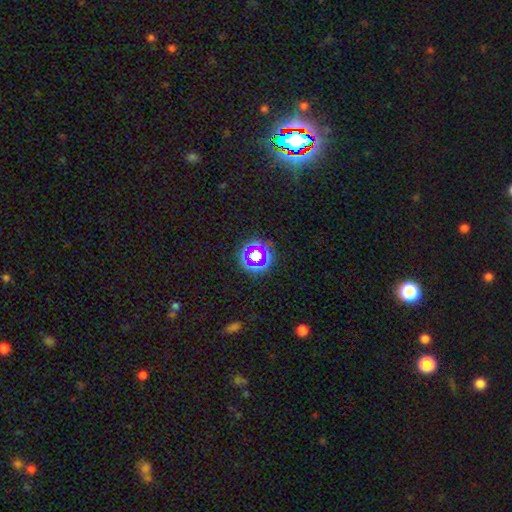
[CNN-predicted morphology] Smooth or featured? star or artifact (61%)